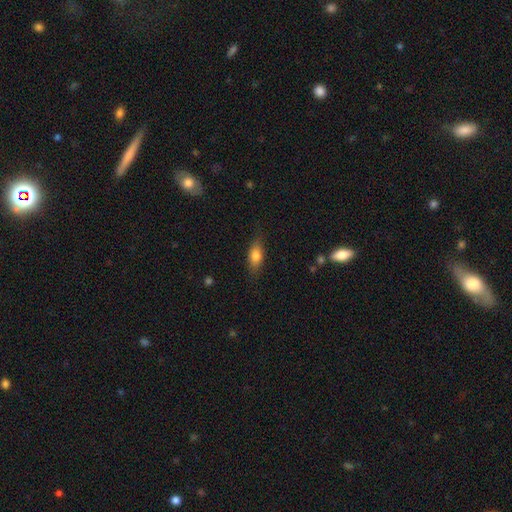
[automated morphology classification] This appears to be a smooth galaxy with no disk features (76%) that is in between round and cigar-shaped (79%). Merging: none (80%).